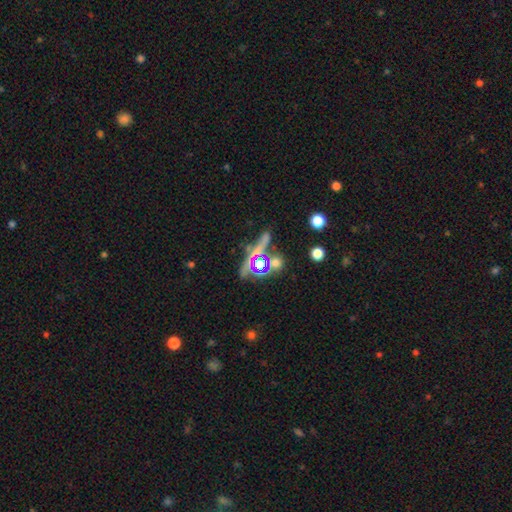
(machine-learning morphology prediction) Q: Smooth or featured?
A: star or artifact (48%); runner-up: smooth (27%)